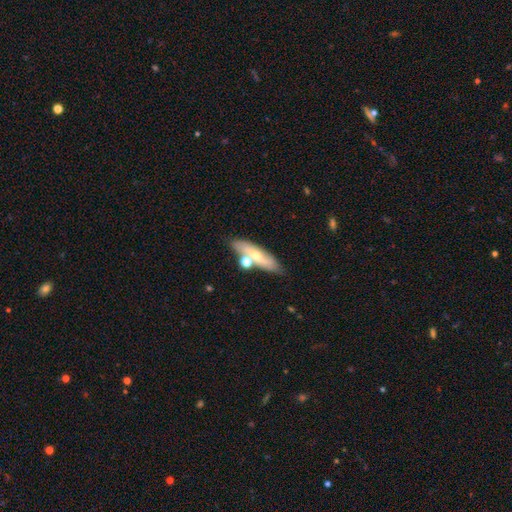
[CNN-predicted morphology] Smooth or featured? Predicted: smooth (p=0.46, tied with featured or disk). Merging? Predicted: none (p=0.70).